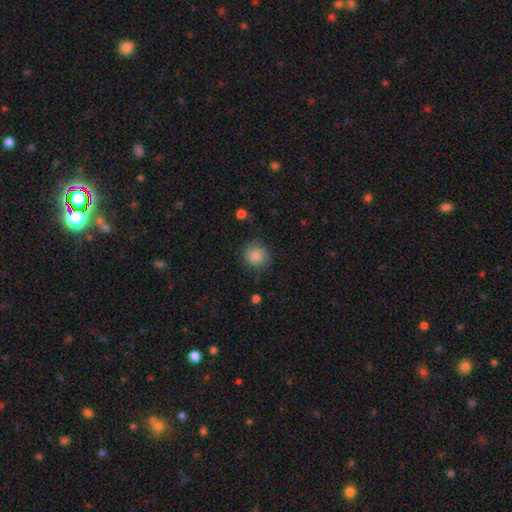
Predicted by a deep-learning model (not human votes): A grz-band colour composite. It shows a smooth galaxy with no disk features (86%) that is round (90%). Merging: none (82%).